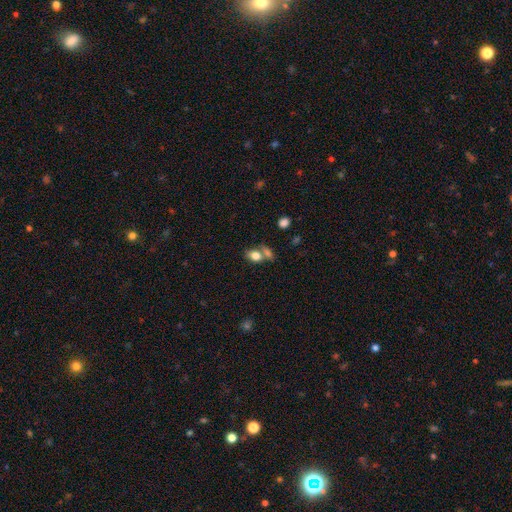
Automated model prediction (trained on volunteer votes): Smooth or featured? smooth (79%)
How rounded? in between (75%)
Merging? none (42%)